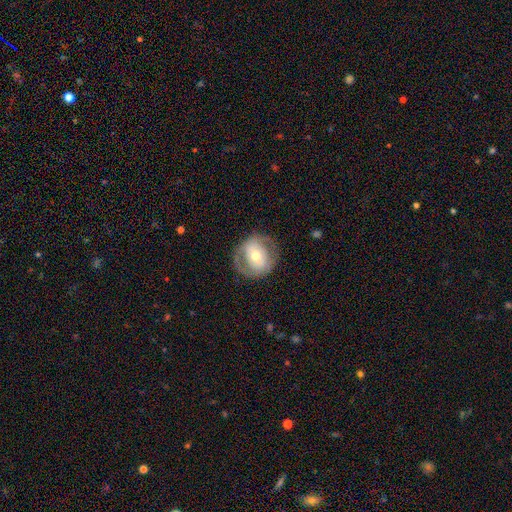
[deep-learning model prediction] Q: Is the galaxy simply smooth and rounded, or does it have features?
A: featured or disk — 57%.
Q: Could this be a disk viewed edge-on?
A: no — 95%.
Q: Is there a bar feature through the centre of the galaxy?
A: no — 50%.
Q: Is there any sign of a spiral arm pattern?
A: no — 55%.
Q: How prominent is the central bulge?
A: moderate — 65%.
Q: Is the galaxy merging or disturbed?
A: none — 74%.